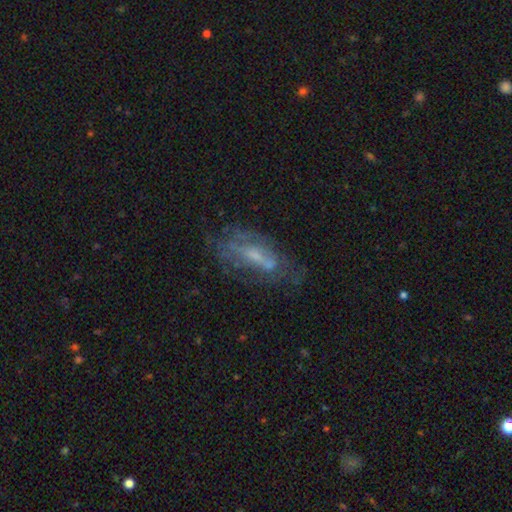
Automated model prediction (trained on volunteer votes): Morphology: type=featured or disk (61%); edge-on=no (83%); bar=no (49%); spiral arms=no (54%); bulge=small (49%); merging=none (54%).